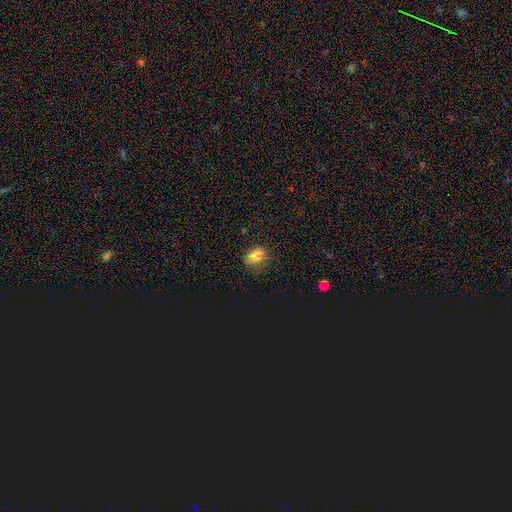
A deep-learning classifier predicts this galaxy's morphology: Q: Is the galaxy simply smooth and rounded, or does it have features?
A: smooth — 78%.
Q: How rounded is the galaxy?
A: in between — 71%.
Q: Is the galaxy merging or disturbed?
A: none — 59%.